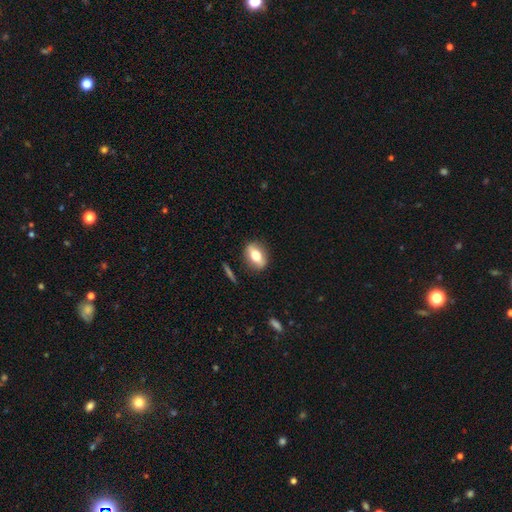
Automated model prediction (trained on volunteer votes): smooth 53%, featured or disk 40%, star or artifact 8%. Down the decision tree: how rounded — in between (70%); merging — none (84%).